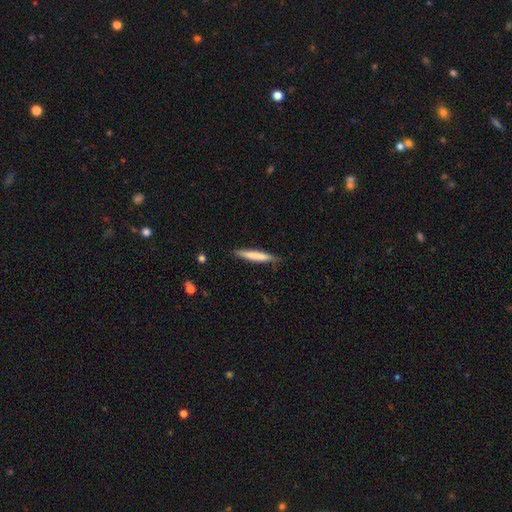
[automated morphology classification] Q: Smooth or featured?
A: smooth (70%); runner-up: featured or disk (25%)
Q: How rounded?
A: cigar-shaped (94%); runner-up: in between (5%)
Q: Merging?
A: none (82%); runner-up: minor disturbance (14%)